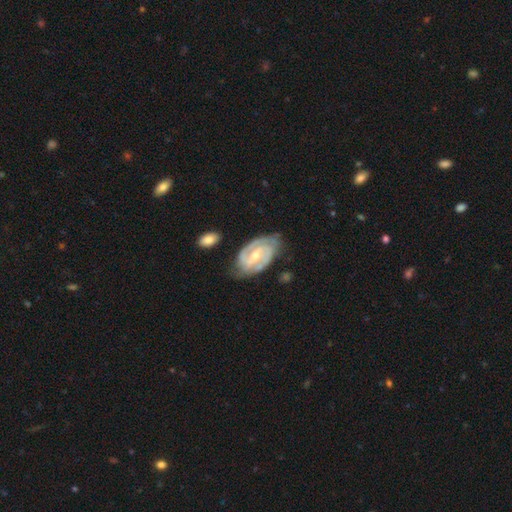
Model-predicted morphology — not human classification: Overall: featured or disk (89%). Edge-on disk: no (97%). Bar: weak (49%; strong 29%). Spiral arms: yes (97%). Spiral arm count: 2 (80%). Spiral winding: tight (52%; medium 40%). Bulge size: small (54%; moderate 41%). Merging: none (73%).